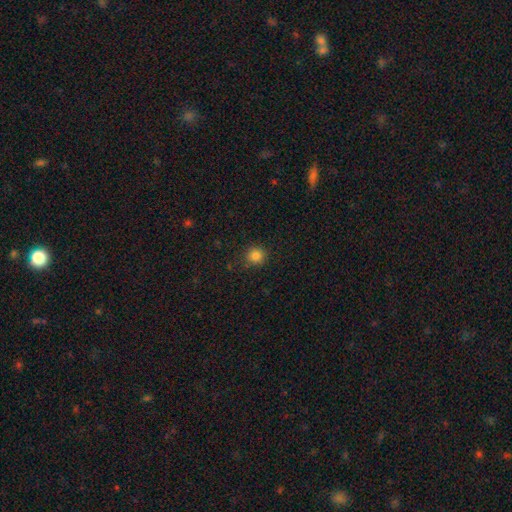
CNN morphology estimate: Q: Smooth or featured?
A: smooth (83%); runner-up: star or artifact (13%)
Q: How rounded?
A: round (92%); runner-up: in between (7%)
Q: Merging?
A: none (86%); runner-up: minor disturbance (10%)